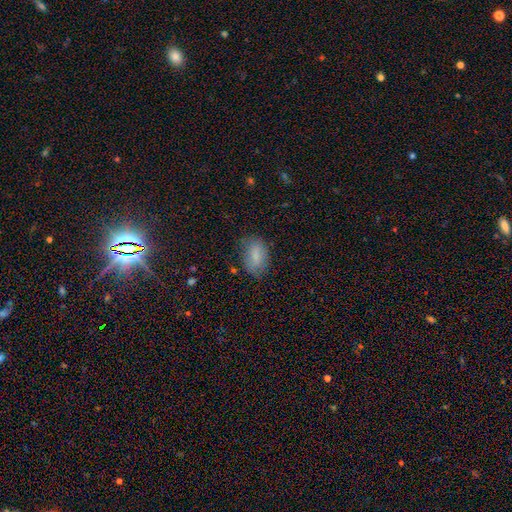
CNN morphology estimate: smooth 80%, featured or disk 12%, star or artifact 8%. Down the decision tree: how rounded — in between (87%); merging — none (70%).